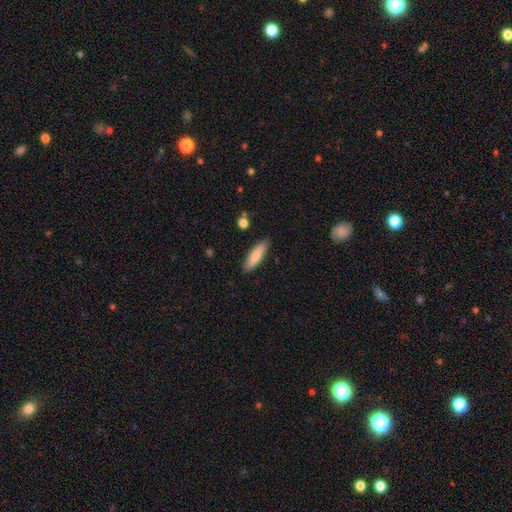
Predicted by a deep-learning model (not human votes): smooth-or-featured: smooth: 81% | featured or disk: 13% | star or artifact: 6%
  how-rounded: cigar-shaped: 56% | in between: 42% | round: 2%
  merging: none: 85% | minor disturbance: 11% | major disturbance: 2% | merger: 2%